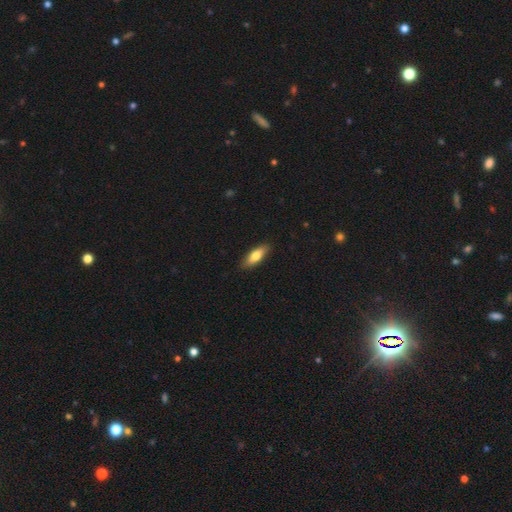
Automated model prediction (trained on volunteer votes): This is likely a smooth galaxy (75%). How rounded: likely in between (64%). Merging: clearly none (87%).